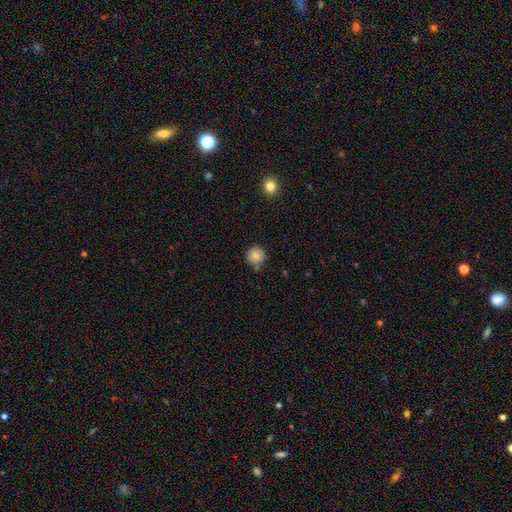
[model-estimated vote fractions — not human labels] smooth-or-featured: smooth: 84% | star or artifact: 9% | featured or disk: 7%
  how-rounded: round: 95% | in between: 4% | cigar-shaped: 1%
  merging: none: 81% | minor disturbance: 11% | merger: 5% | major disturbance: 2%